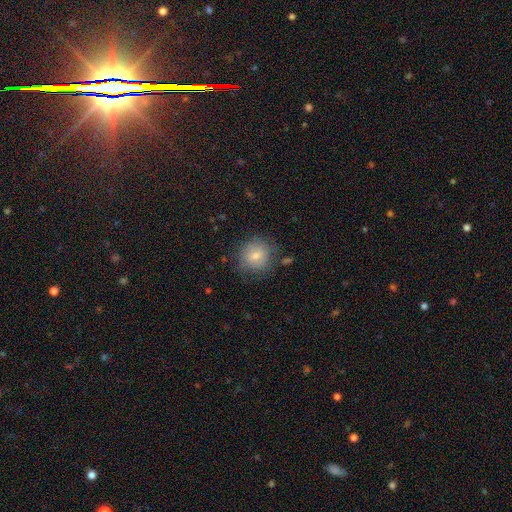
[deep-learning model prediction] Q: Smooth or featured?
A: smooth (76%); runner-up: featured or disk (14%)
Q: How rounded?
A: round (87%); runner-up: in between (12%)
Q: Merging?
A: none (77%); runner-up: minor disturbance (15%)